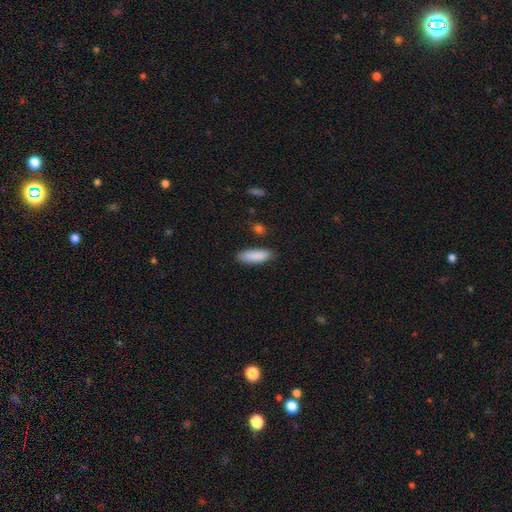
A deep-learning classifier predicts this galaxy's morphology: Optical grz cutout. It shows a smooth galaxy with no disk features (88%) that is in between round and cigar-shaped (53%). Merging: none (83%).